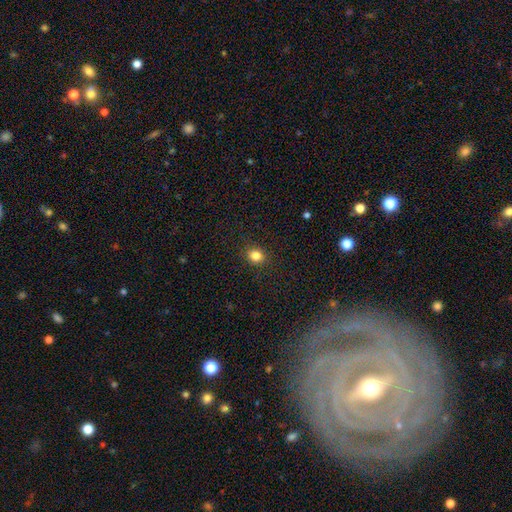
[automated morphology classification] Overall: smooth (84%). How rounded: round (65%; in between 34%). Merging: none (89%).